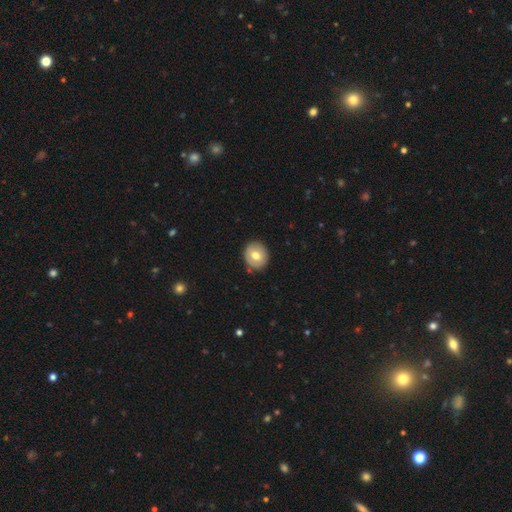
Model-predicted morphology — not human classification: A smooth galaxy with no disk features (68%) that is round (80%). Merging: none (86%).